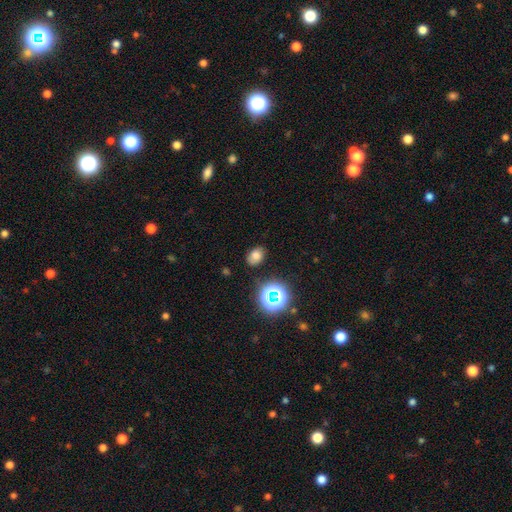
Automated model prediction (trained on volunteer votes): This is likely a smooth galaxy (70%). How rounded: likely in between (72%). Merging: likely none (79%).